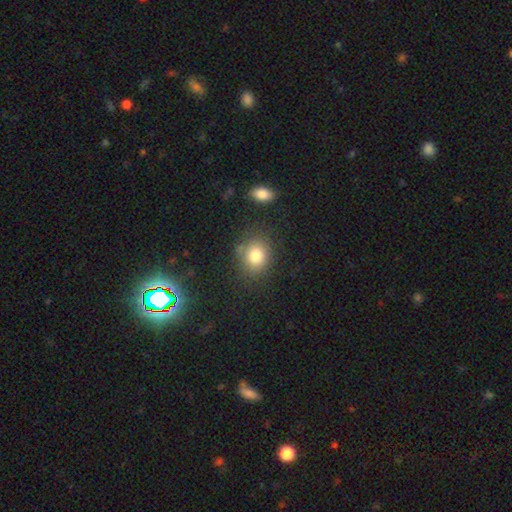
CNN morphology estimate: type=smooth (80%); roundness=round (65%); merging=none (77%).